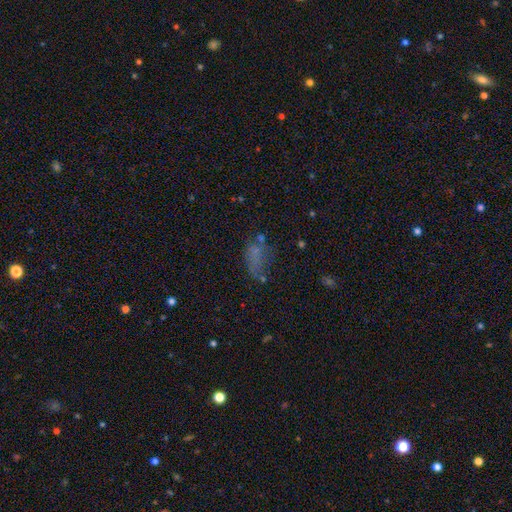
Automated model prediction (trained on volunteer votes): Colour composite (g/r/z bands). It shows a smooth galaxy with no disk features (56%) that is in between round and cigar-shaped (84%). Merging: none (38%).